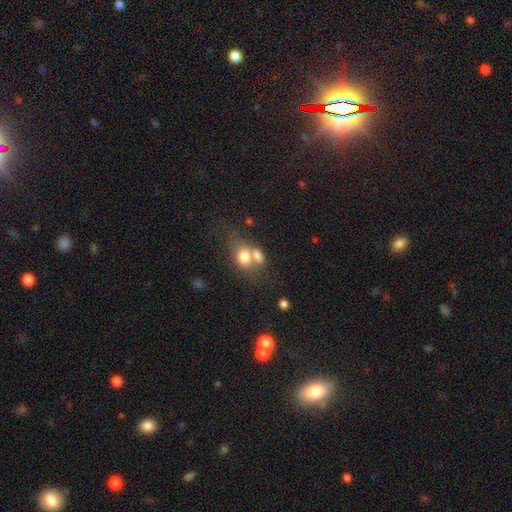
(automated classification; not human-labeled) Smooth or featured? Predicted: smooth (p=0.69). How rounded? Predicted: in between (p=0.55). Merging? Predicted: merger (p=0.57).